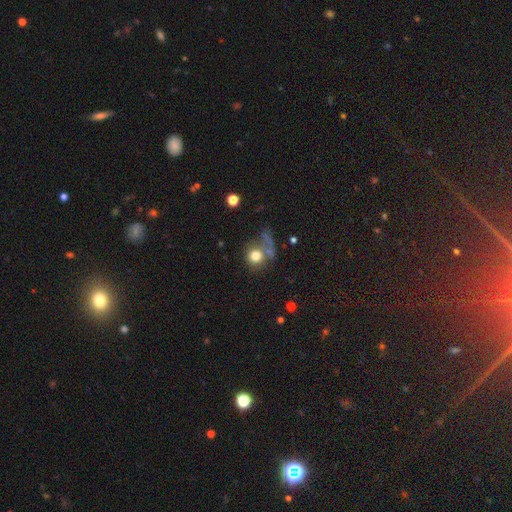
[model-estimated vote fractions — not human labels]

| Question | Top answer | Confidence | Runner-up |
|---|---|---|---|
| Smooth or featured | smooth | 76% | featured or disk (12%) |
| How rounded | round | 85% | in between (14%) |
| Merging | none | 46% | major disturbance (19%) |